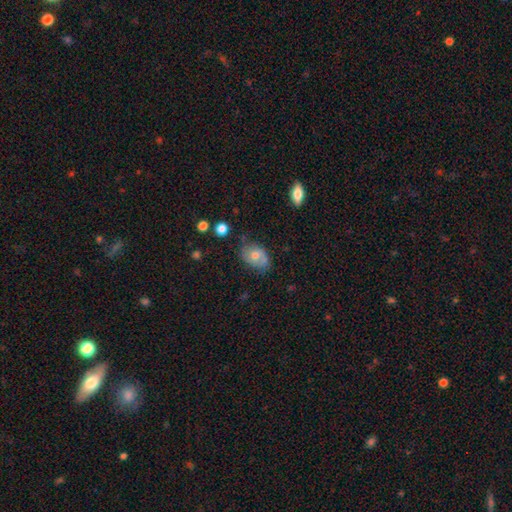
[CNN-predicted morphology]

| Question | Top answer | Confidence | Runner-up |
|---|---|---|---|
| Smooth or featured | smooth | 53% | featured or disk (36%) |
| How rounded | in between | 77% | round (22%) |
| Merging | none | 66% | minor disturbance (25%) |